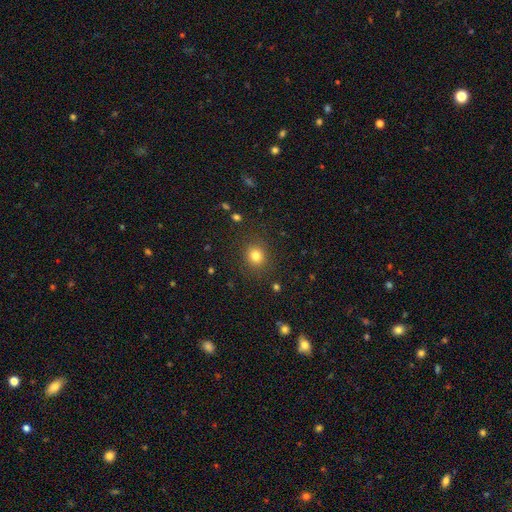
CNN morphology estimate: smooth-or-featured: smooth: 80% | star or artifact: 14% | featured or disk: 6%
  how-rounded: round: 85% | in between: 15% | cigar-shaped: 1%
  merging: none: 87% | minor disturbance: 8% | major disturbance: 3% | merger: 1%